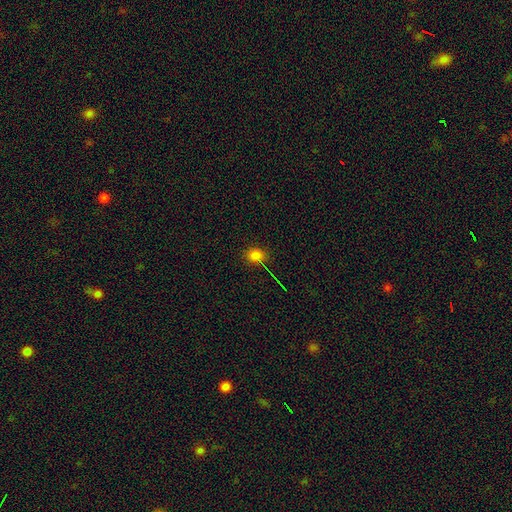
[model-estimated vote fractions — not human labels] Smooth or featured?
  - smooth: 73% *
  - star or artifact: 21%
  - featured or disk: 6%
How rounded?
  - round: 59% *
  - in between: 39%
  - cigar-shaped: 2%
Merging?
  - none: 80% *
  - minor disturbance: 12%
  - merger: 4%
  - major disturbance: 4%